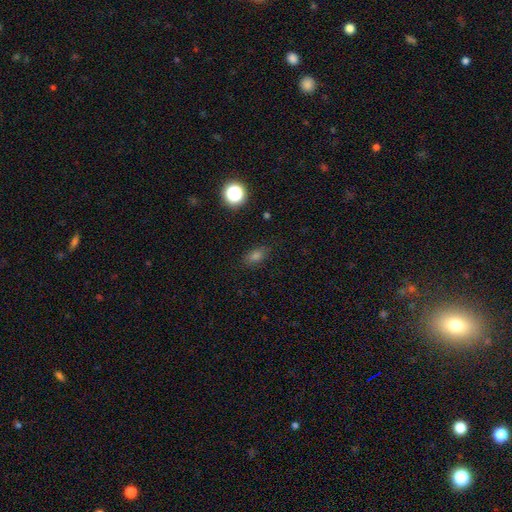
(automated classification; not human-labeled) Smooth or featured?
  - smooth: 72% *
  - star or artifact: 20%
  - featured or disk: 8%
How rounded?
  - in between: 75% *
  - round: 20%
  - cigar-shaped: 5%
Merging?
  - none: 83% *
  - minor disturbance: 12%
  - major disturbance: 3%
  - merger: 1%